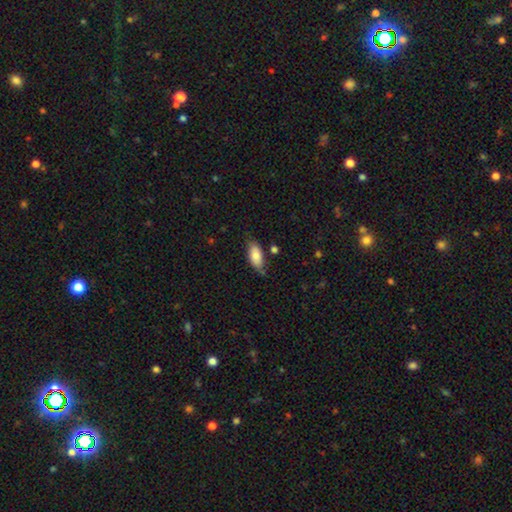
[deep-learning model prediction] Morphology: type=smooth (76%); roundness=in between (87%); merging=none (67%).